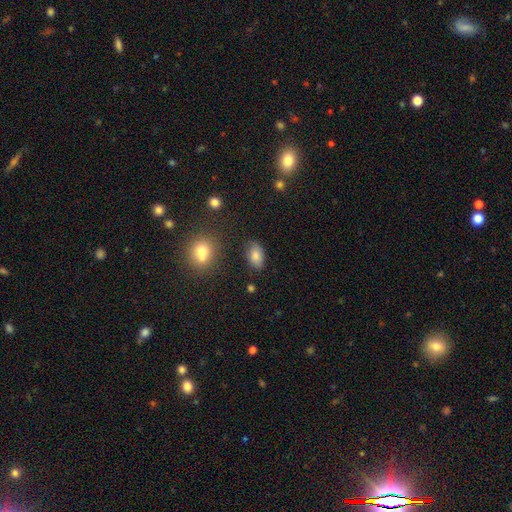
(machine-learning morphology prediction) Smooth or featured? smooth (83%)
How rounded? in between (89%)
Merging? none (81%)